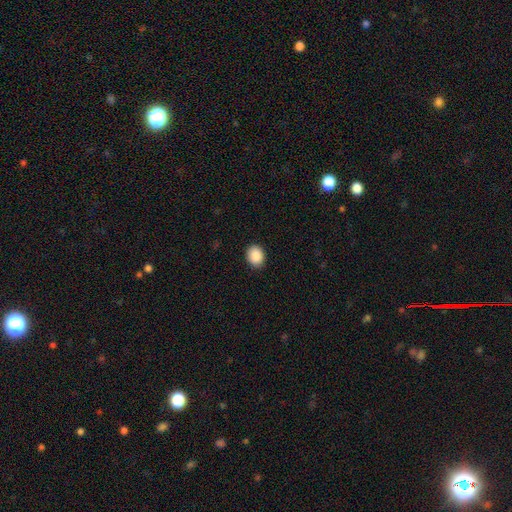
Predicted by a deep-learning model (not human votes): Smooth or featured? Predicted: smooth (p=0.89). How rounded? Predicted: round (p=0.51). Merging? Predicted: none (p=0.90).